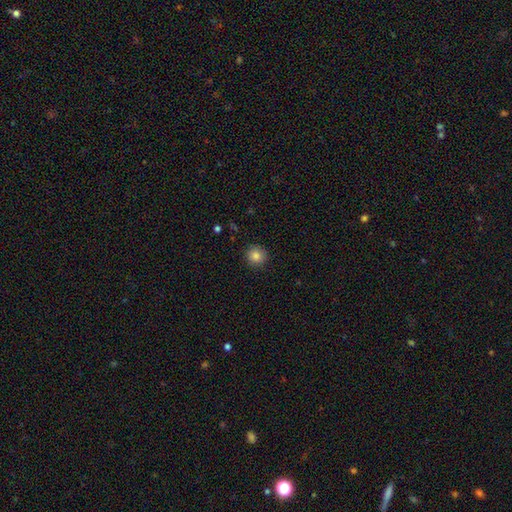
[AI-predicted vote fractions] This is clearly a smooth galaxy (85%). How rounded: clearly round (91%). Merging: clearly none (90%).